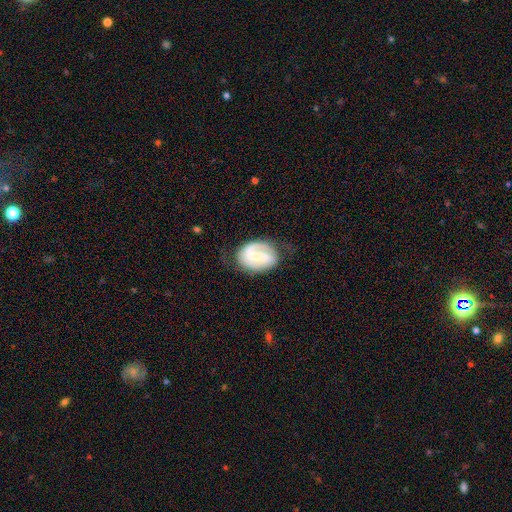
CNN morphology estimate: featured or disk 74%, smooth 20%, star or artifact 6%. Down the decision tree: edge-on disk — no (98%); bar — strong (44%); spiral arms — yes (90%); spiral arm count — 2 (74%); spiral winding — medium (42%); bulge size — small (41%); merging — none (63%).